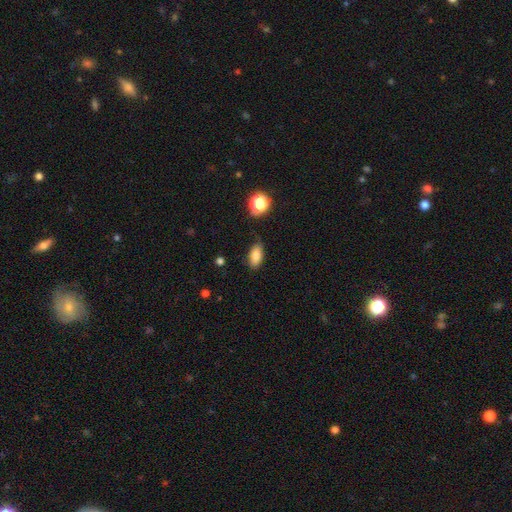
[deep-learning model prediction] smooth_or_featured: smooth (p=0.83) [alt: star or artifact p=0.10]
how_rounded: in between (p=0.88) [alt: cigar-shaped p=0.07]
merging: none (p=0.77) [alt: minor disturbance p=0.17]